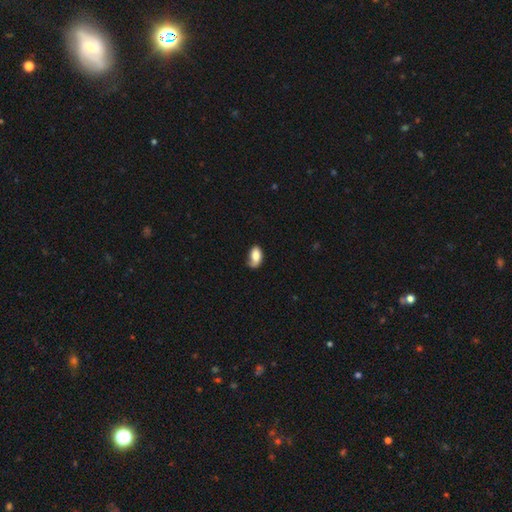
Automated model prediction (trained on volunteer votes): A smooth galaxy with no disk features (79%) that is in between round and cigar-shaped (92%). Merging: none (46%).